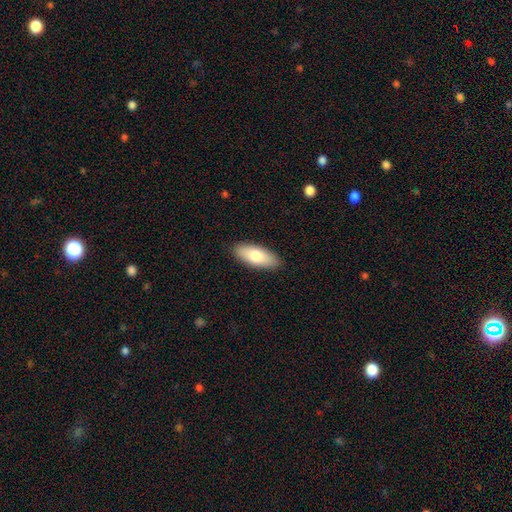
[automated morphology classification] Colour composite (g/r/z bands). It shows a smooth galaxy with no disk features (76%) that is in between round and cigar-shaped (80%). Merging: none (90%).